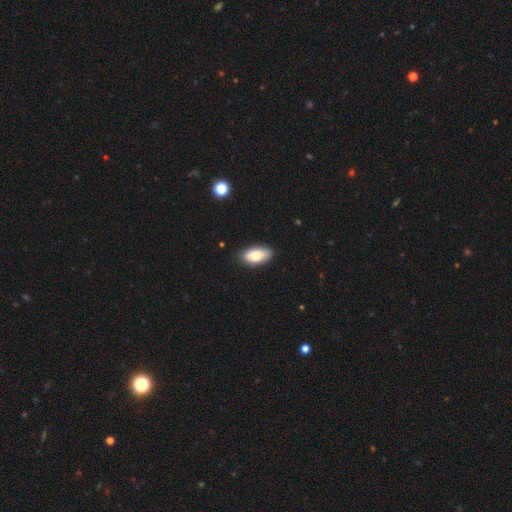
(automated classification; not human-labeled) Q: Smooth or featured?
A: smooth (75%); runner-up: featured or disk (18%)
Q: How rounded?
A: in between (92%); runner-up: cigar-shaped (5%)
Q: Merging?
A: none (83%); runner-up: minor disturbance (13%)